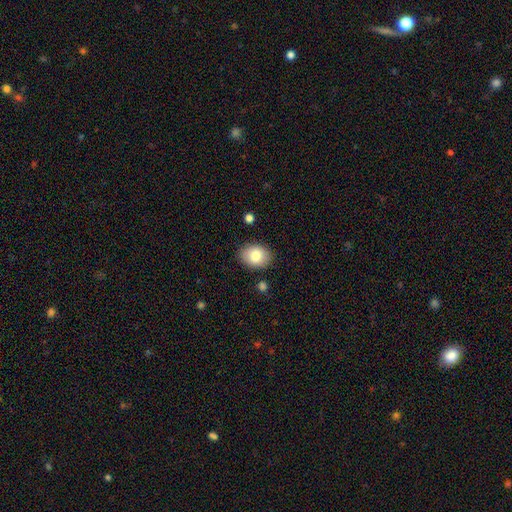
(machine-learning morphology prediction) Smooth or featured? smooth (83%)
How rounded? in between (65%)
Merging? none (85%)